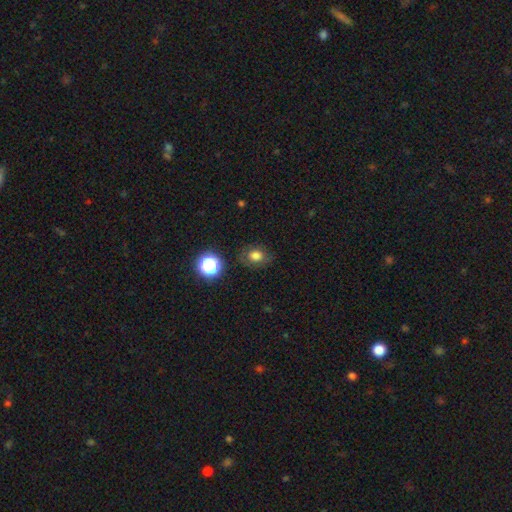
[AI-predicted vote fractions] Smooth or featured? smooth (75%)
How rounded? round (50%)
Merging? none (78%)